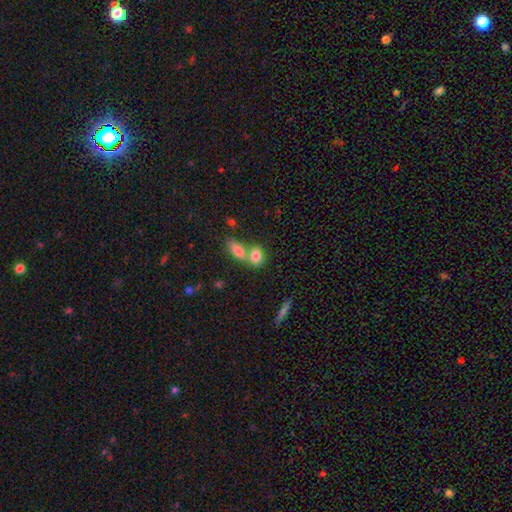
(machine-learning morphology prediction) Q: Smooth or featured?
A: smooth (81%); runner-up: featured or disk (11%)
Q: How rounded?
A: in between (73%); runner-up: round (22%)
Q: Merging?
A: merger (55%); runner-up: none (35%)